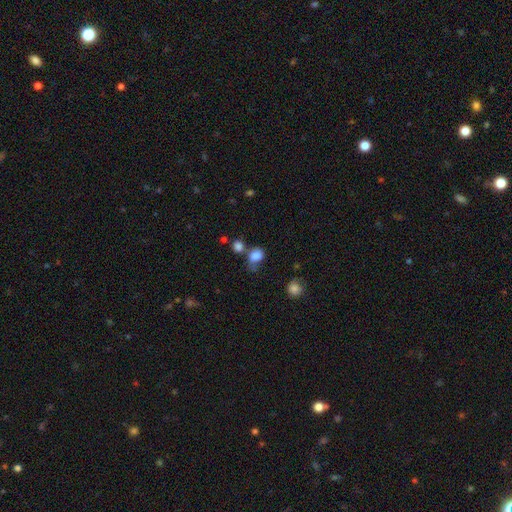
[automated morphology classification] A smooth galaxy with no disk features (82%) that is round (53%). Merging: none (44%).